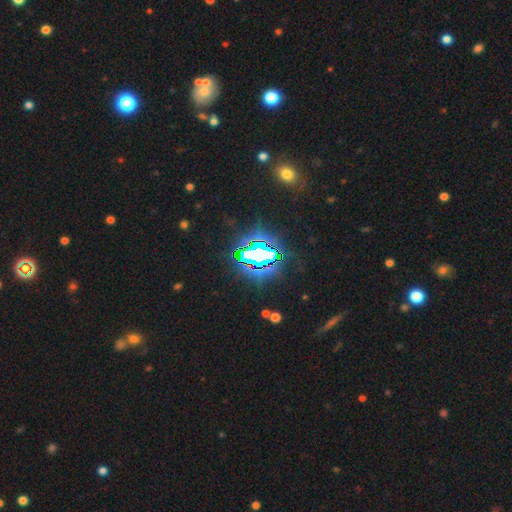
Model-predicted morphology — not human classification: Overall: star or artifact (78%).